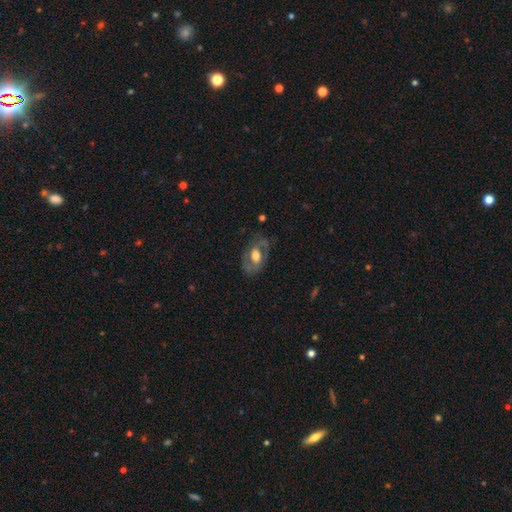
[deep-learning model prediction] smooth_or_featured: featured or disk (p=0.55) [alt: smooth p=0.38]
disk_edge_on: no (p=0.91) [alt: yes p=0.09]
bar: no (p=0.64) [alt: weak p=0.27]
has_spiral_arms: no (p=0.56) [alt: yes p=0.44]
bulge_size: moderate (p=0.48) [alt: large p=0.41]
merging: none (p=0.68) [alt: minor disturbance p=0.20]